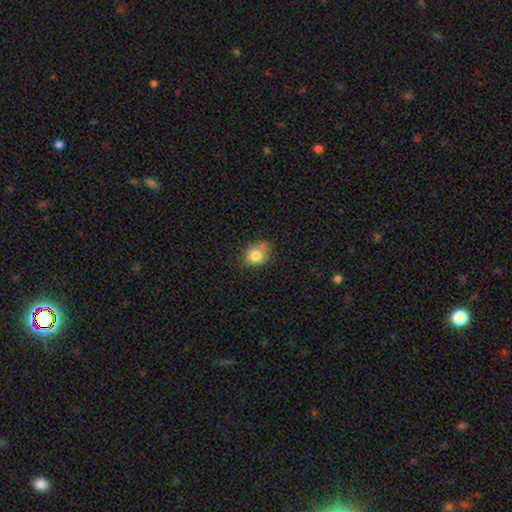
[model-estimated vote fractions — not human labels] A smooth galaxy with no disk features (82%) that is in between round and cigar-shaped (53%). Merging: none (59%).